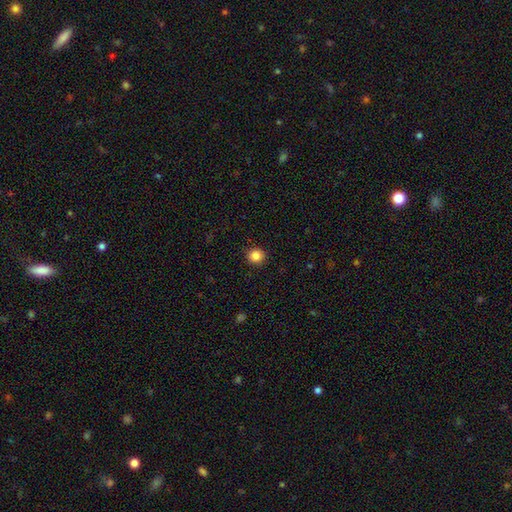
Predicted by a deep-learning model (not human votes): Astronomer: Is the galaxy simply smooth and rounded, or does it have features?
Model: smooth — 85%.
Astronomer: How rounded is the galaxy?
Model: round — 89%.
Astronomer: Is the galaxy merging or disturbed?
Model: none — 91%.